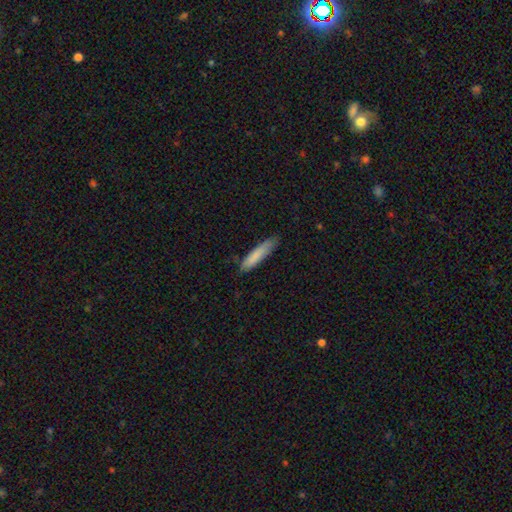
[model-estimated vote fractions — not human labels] This is clearly a smooth galaxy (82%). How rounded: clearly cigar-shaped (86%). Merging: likely none (79%).